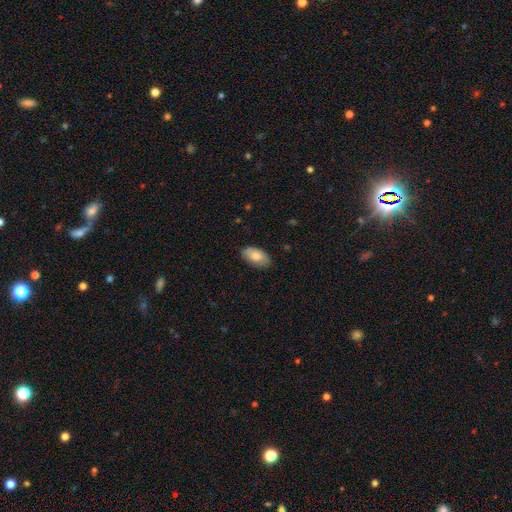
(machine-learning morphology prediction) A smooth galaxy with no disk features (78%) that is in between round and cigar-shaped (94%).

Vote fractions:
- Smooth or featured? smooth: 78% / featured or disk: 16% / star or artifact: 6%
- How rounded? in between: 94% / round: 4% / cigar-shaped: 2%
- Merging? none: 79% / minor disturbance: 17% / major disturbance: 3% / merger: 1%